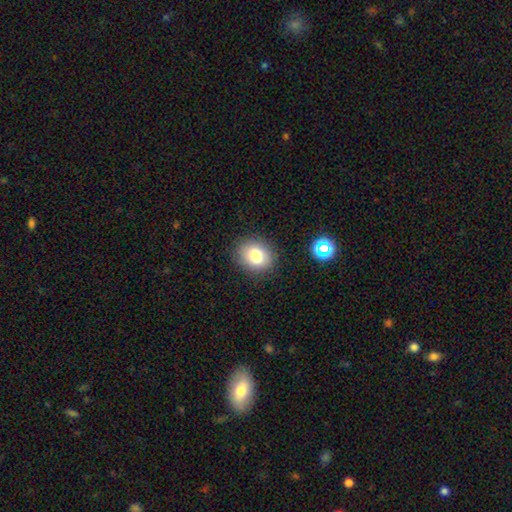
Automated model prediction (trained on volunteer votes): Smooth or featured?
  - smooth: 80% *
  - star or artifact: 11%
  - featured or disk: 9%
How rounded?
  - in between: 51% *
  - round: 48%
  - cigar-shaped: 1%
Merging?
  - none: 85% *
  - minor disturbance: 11%
  - major disturbance: 3%
  - merger: 2%